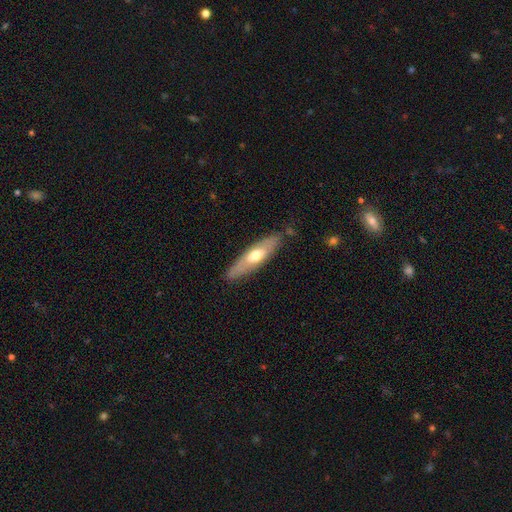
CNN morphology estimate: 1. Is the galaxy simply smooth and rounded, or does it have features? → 49% smooth, 46% featured or disk, 5% star or artifact.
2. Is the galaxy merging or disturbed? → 81% none, 14% minor disturbance, 3% major disturbance, 2% merger.